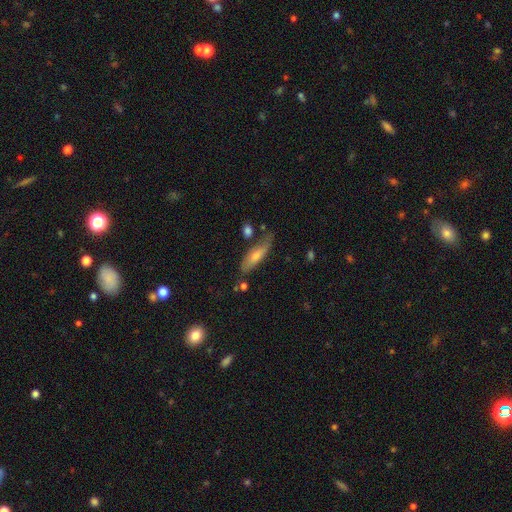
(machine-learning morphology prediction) The model was most divided on "smooth or featured": smooth: 52%, featured or disk: 40%, star or artifact: 8%. More confident: merging — none (60%); how rounded — cigar-shaped (57%).